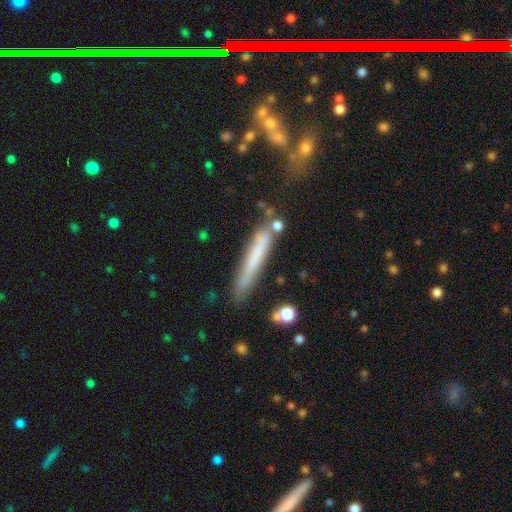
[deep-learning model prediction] Morphology: type=smooth (60%); roundness=cigar-shaped (94%); merging=none (67%).